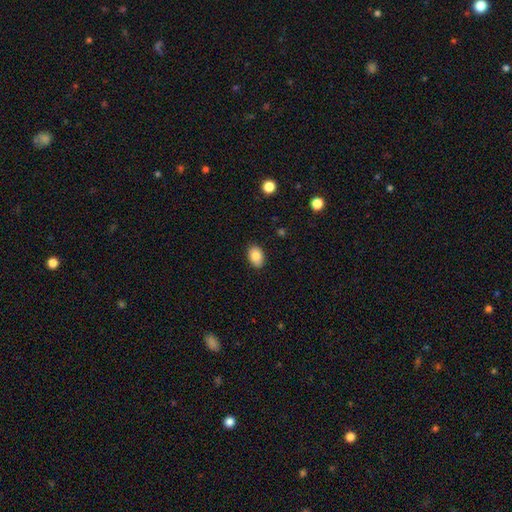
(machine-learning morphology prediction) This is clearly a smooth galaxy (86%). How rounded: clearly in between (86%). Merging: clearly none (88%).